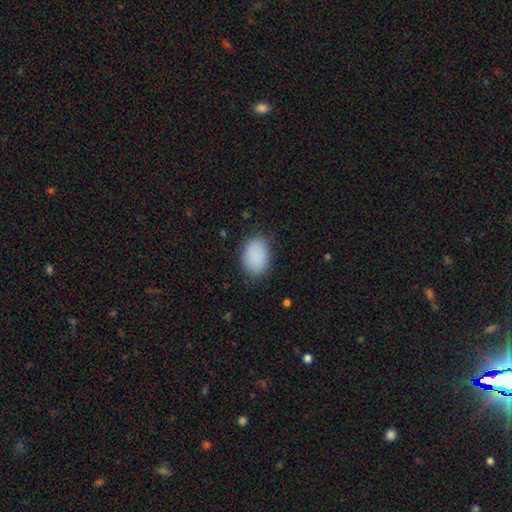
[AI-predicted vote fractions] Smooth or featured? Predicted: smooth (p=0.89). How rounded? Predicted: in between (p=0.83). Merging? Predicted: none (p=0.81).